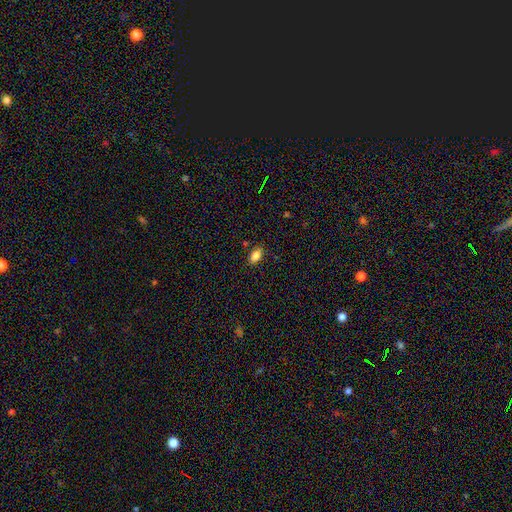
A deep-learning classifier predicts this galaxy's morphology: Overall: smooth (83%). How rounded: in between (89%). Merging: none (85%).